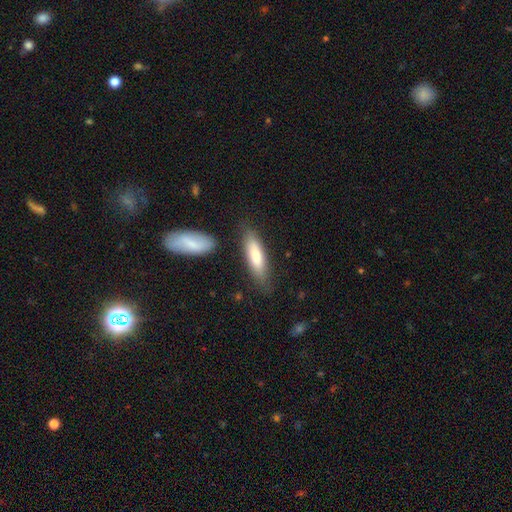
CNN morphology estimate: type=smooth (76%); roundness=cigar-shaped (60%); merging=none (77%).